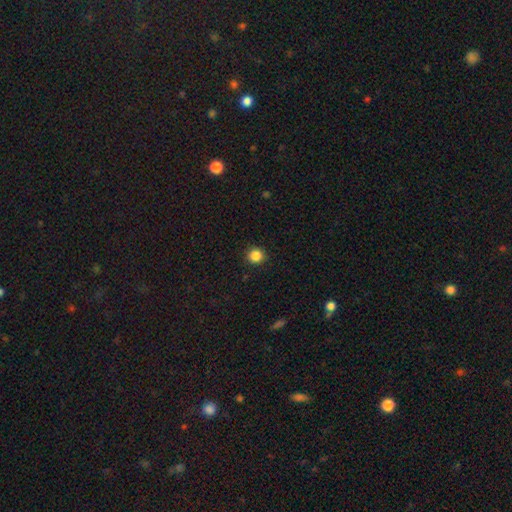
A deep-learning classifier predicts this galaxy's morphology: Smooth or featured: smooth — 85% (star or artifact — 11%)
How rounded: round — 93% (in between — 6%)
Merging: none — 92% (minor disturbance — 5%)